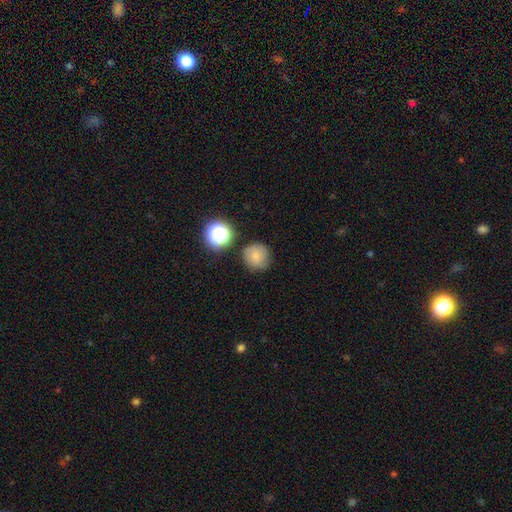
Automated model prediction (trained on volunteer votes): Smooth or featured: smooth — 75% (star or artifact — 14%)
How rounded: round — 92% (in between — 7%)
Merging: none — 78% (minor disturbance — 13%)